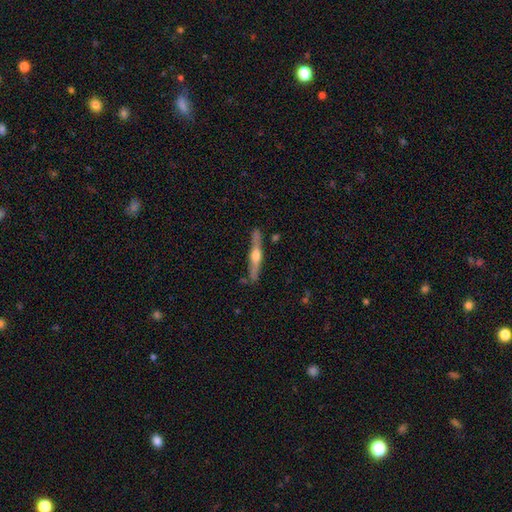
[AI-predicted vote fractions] Smooth or featured? featured or disk (71%)
Edge-on disk? yes (97%)
Edge-on bulge? rounded (93%)
Merging? none (85%)